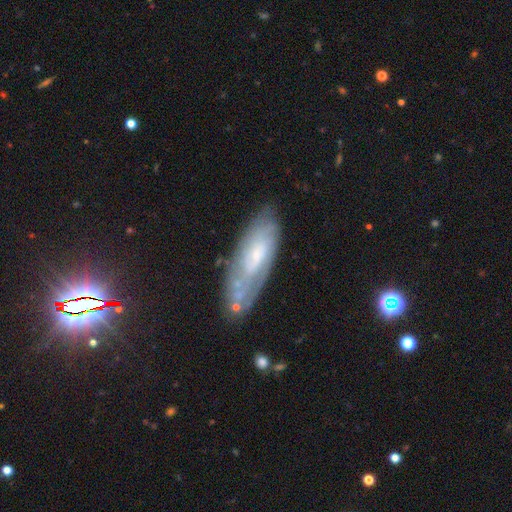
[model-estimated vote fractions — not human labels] Smooth or featured: featured or disk — 61% (smooth — 30%)
Edge-on disk: no — 80% (yes — 20%)
Merging: none — 67% (minor disturbance — 22%)